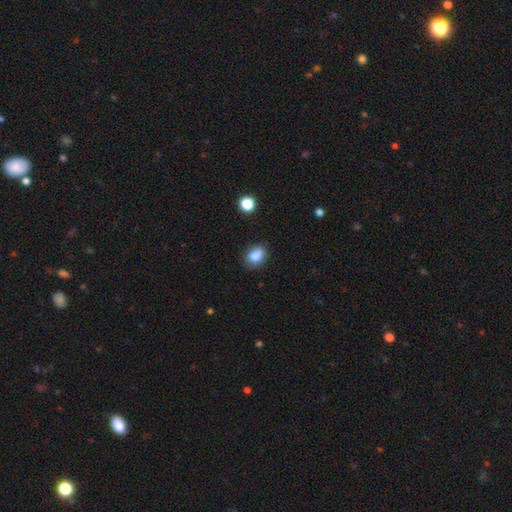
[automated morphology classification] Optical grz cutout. It shows a smooth galaxy with no disk features (85%) that is in between round and cigar-shaped (60%). Merging: none (72%).